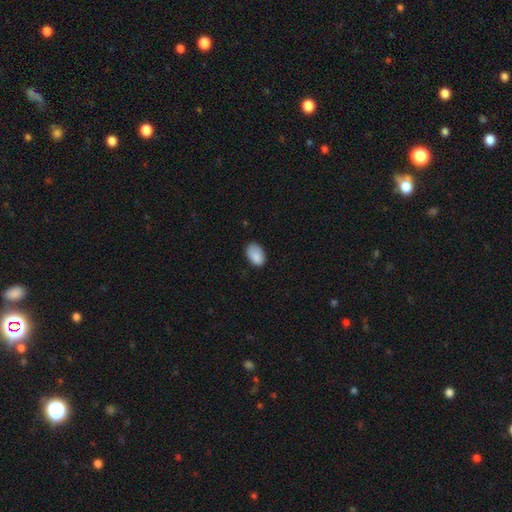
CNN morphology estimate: The model was most divided on "merging": none: 72%, minor disturbance: 23%, major disturbance: 4%, merger: 1%. More confident: how rounded — in between (90%); smooth or featured — smooth (87%).